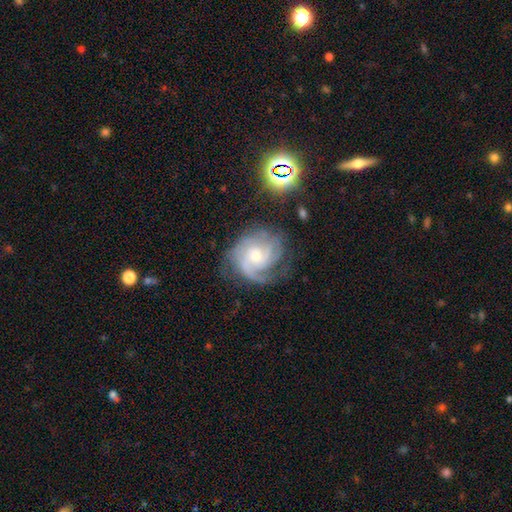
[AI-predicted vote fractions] A featured or disk galaxy (87%) with no bar (68%), 3 (45%) tight (54%) spiral arms (97%) and a small central bulge (48%).

Vote fractions:
- Smooth or featured? featured or disk: 87% / smooth: 7% / star or artifact: 6%
- Edge-on disk? no: 98% / yes: 2%
- Bar? no: 68% / weak: 28% / strong: 4%
- Spiral arms? yes: 97% / no: 3%
- Spiral winding? tight: 54% / medium: 37% / loose: 9%
- Spiral arm count? 3: 45% / 2: 17% / can't tell: 16% / 4: 11% / 1: 6% / more than 4: 5%
- Bulge size? small: 48% / moderate: 46% / large: 3% / none: 2% / dominant: 1%
- Merging? none: 67% / minor disturbance: 20% / major disturbance: 11% / merger: 2%